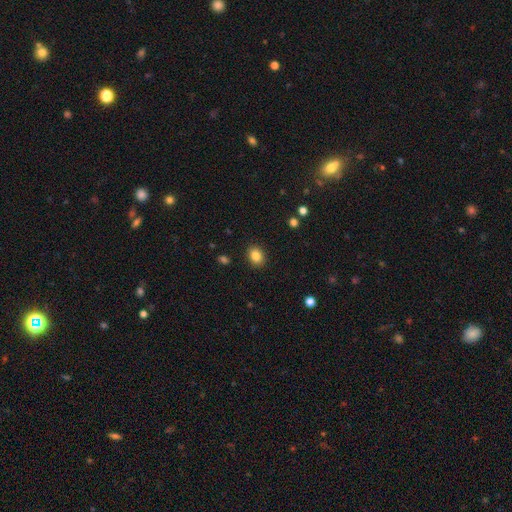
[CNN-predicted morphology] Smooth or featured: smooth — 85% (star or artifact — 10%)
How rounded: in between — 53% (round — 46%)
Merging: none — 89% (minor disturbance — 7%)